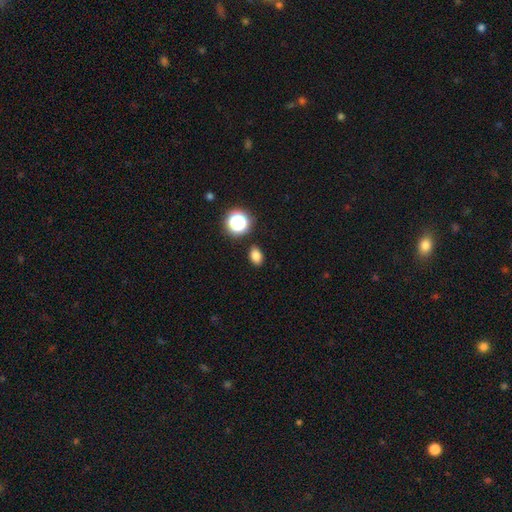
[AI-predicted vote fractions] This appears to be a smooth galaxy with no disk features (80%) that is in between round and cigar-shaped (75%). Merging: none (88%).